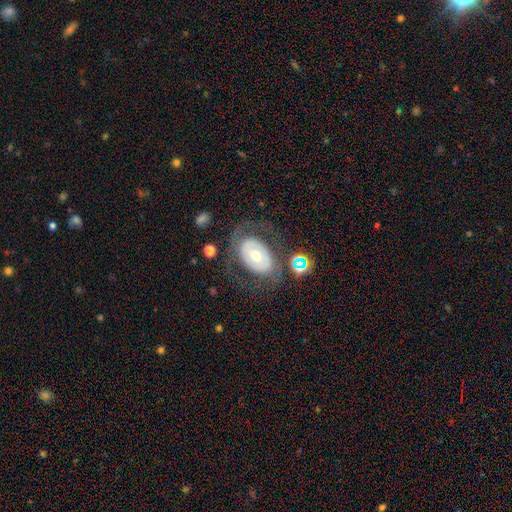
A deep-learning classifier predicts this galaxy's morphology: Smooth or featured? featured or disk (60%)
Edge-on disk? no (93%)
Bar? no (68%)
Spiral arms? no (64%)
Bulge size? moderate (64%)
Merging? none (65%)